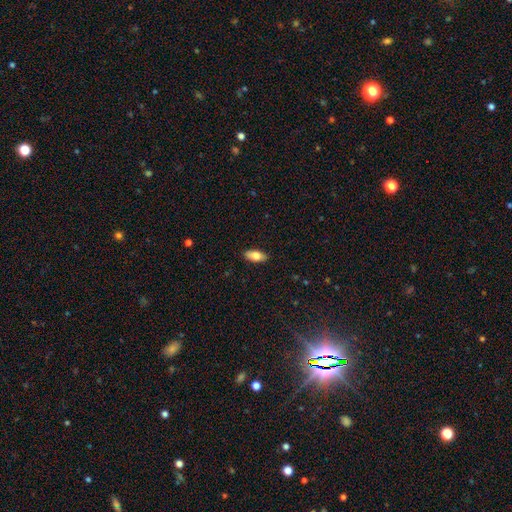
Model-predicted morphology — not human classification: A smooth galaxy with no disk features (77%) that is in between round and cigar-shaped (88%).

Vote fractions:
- Smooth or featured? smooth: 77% / featured or disk: 17% / star or artifact: 6%
- How rounded? in between: 88% / cigar-shaped: 9% / round: 3%
- Merging? none: 89% / minor disturbance: 9% / major disturbance: 2% / merger: 1%